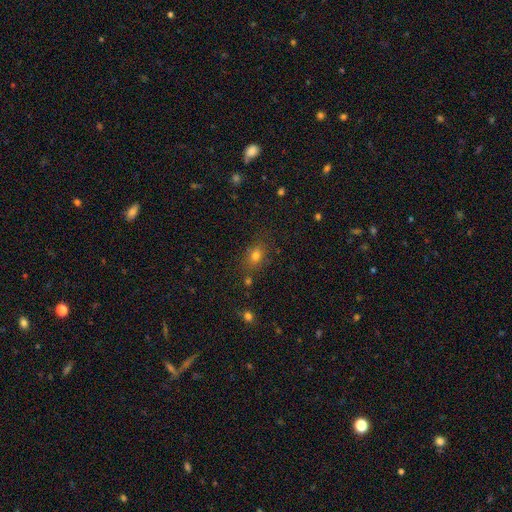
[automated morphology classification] This is likely a smooth galaxy (74%). How rounded: likely in between (67%). Merging: likely none (75%).